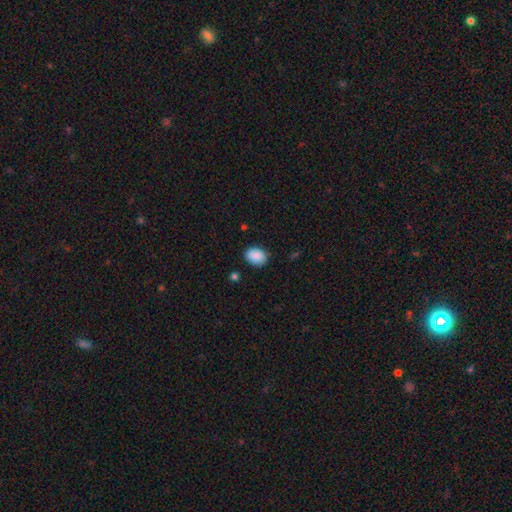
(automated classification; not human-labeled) smooth-or-featured: smooth: 89% | star or artifact: 7% | featured or disk: 3%
  how-rounded: in between: 69% | round: 30% | cigar-shaped: 1%
  merging: none: 83% | minor disturbance: 13% | major disturbance: 3% | merger: 1%